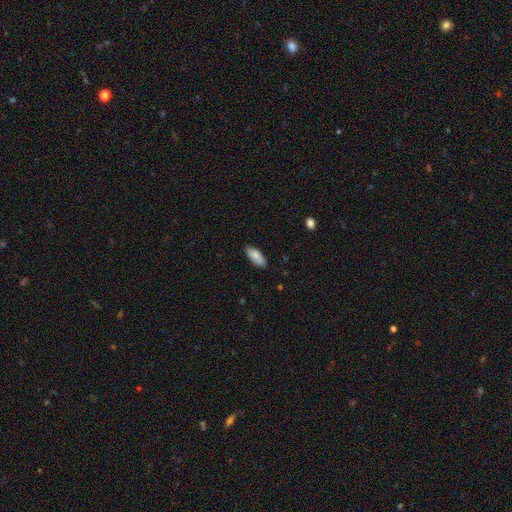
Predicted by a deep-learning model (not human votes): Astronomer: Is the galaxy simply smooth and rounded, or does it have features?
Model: smooth — 84%.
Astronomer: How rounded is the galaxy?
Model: in between — 84%.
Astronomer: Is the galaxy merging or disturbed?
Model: none — 86%.